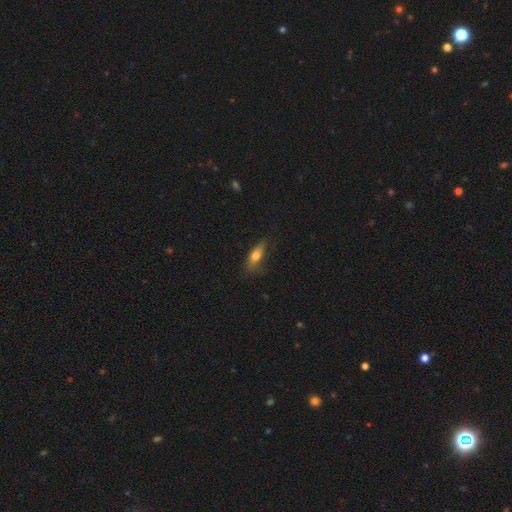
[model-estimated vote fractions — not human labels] smooth_or_featured: smooth (p=0.68) [alt: featured or disk p=0.23]
how_rounded: in between (p=0.60) [alt: cigar-shaped p=0.35]
merging: none (p=0.65) [alt: minor disturbance p=0.26]